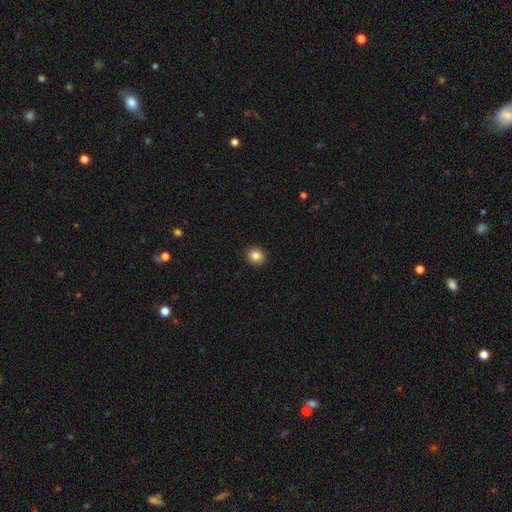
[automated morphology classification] The model was most divided on "how rounded": round: 81%, in between: 18%, cigar-shaped: 1%. More confident: merging — none (92%); smooth or featured — smooth (85%).